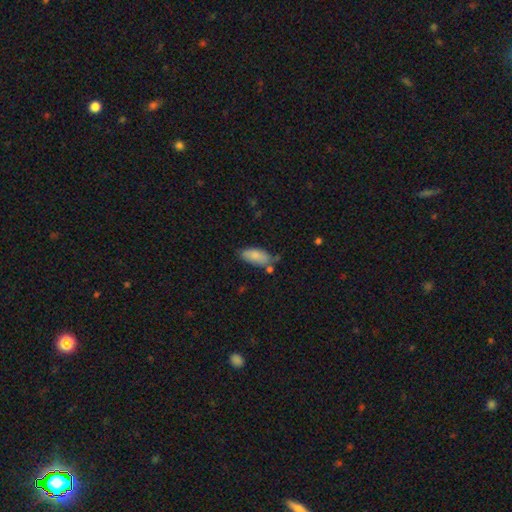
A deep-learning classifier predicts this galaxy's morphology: Smooth or featured? Predicted: smooth (p=0.85). How rounded? Predicted: in between (p=0.85). Merging? Predicted: none (p=0.62).